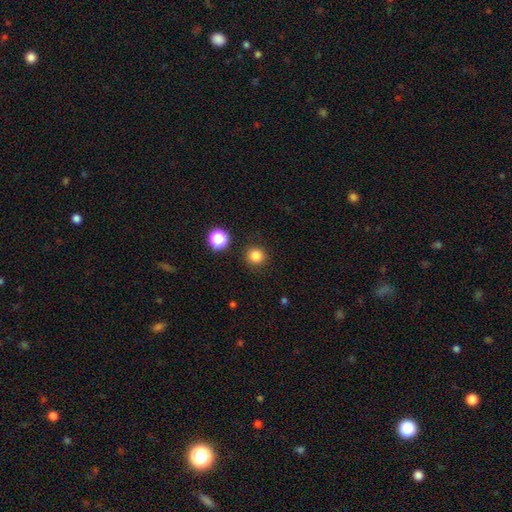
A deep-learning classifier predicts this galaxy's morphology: This appears to be a smooth galaxy with no disk features (83%) that is round (93%). Merging: none (90%).